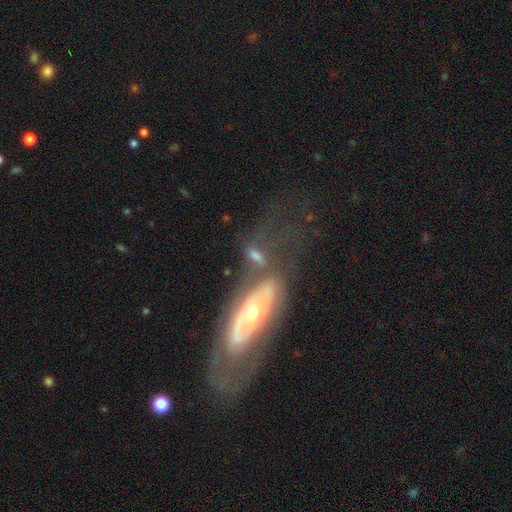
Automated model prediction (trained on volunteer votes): Smooth or featured?
  - featured or disk: 53% *
  - smooth: 34%
  - star or artifact: 13%
Edge-on disk?
  - no: 71% *
  - yes: 29%
Merging?
  - merger: 37% *
  - none: 31%
  - major disturbance: 17%
  - minor disturbance: 15%